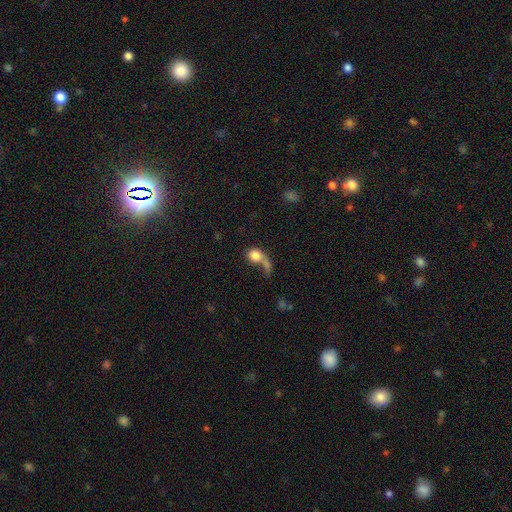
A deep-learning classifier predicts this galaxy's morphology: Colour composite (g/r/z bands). It shows a smooth galaxy with no disk features (74%) that is round (64%). Merging: merger (40%).